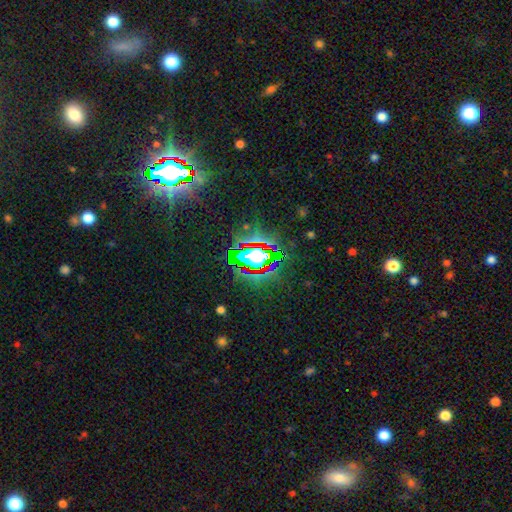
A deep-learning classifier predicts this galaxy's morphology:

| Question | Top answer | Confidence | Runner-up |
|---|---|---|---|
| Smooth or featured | star or artifact | 65% | smooth (22%) |